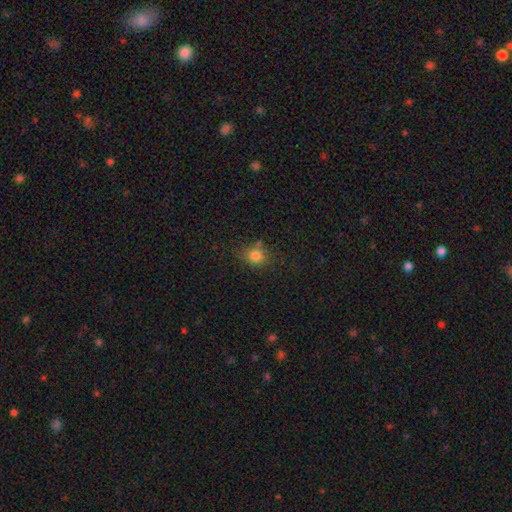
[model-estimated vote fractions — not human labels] smooth_or_featured: smooth (p=0.80) [alt: star or artifact p=0.13]
how_rounded: round (p=0.70) [alt: in between p=0.29]
merging: none (p=0.68) [alt: minor disturbance p=0.17]